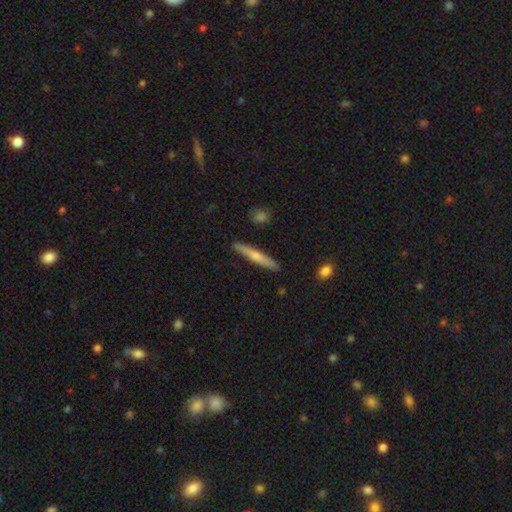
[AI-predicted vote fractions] This appears to be a featured or disk galaxy (50%) viewed edge-on (96%). Merging: none (90%).